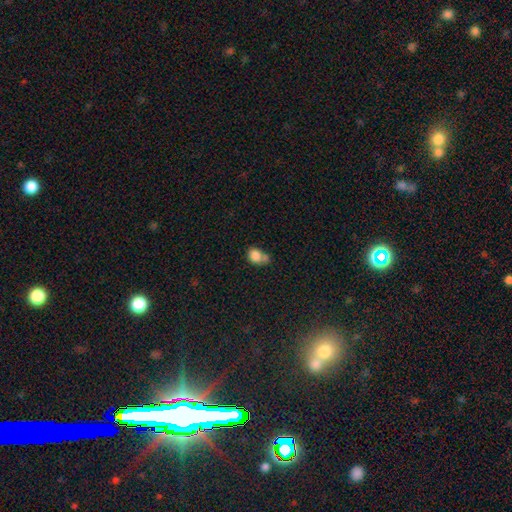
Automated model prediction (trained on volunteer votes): smooth-or-featured: smooth: 81% | star or artifact: 10% | featured or disk: 9%
  how-rounded: round: 51% | in between: 48% | cigar-shaped: 1%
  merging: none: 35% (tied) | merger: 35% (tied) | minor disturbance: 21% | major disturbance: 9%